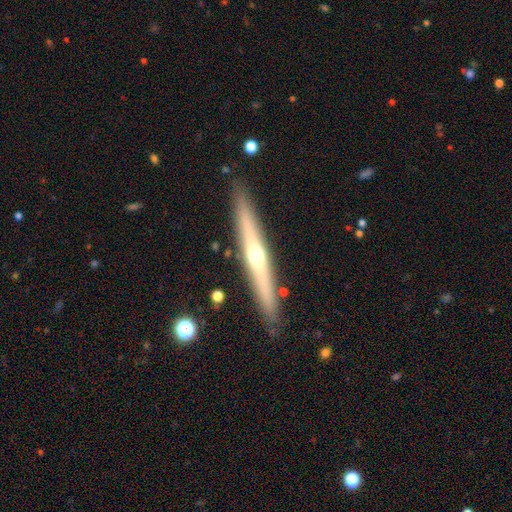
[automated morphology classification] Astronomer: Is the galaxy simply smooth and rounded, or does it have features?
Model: featured or disk — 67%.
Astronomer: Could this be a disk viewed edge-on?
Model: yes — 96%.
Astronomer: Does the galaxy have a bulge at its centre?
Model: rounded — 81%.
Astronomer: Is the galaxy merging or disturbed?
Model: none — 90%.